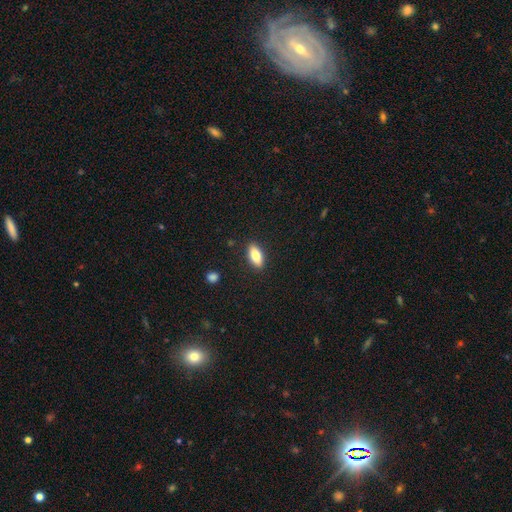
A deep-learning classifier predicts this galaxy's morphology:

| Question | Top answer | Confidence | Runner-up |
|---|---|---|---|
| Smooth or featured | smooth | 77% | featured or disk (16%) |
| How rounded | in between | 81% | cigar-shaped (16%) |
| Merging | none | 88% | minor disturbance (8%) |